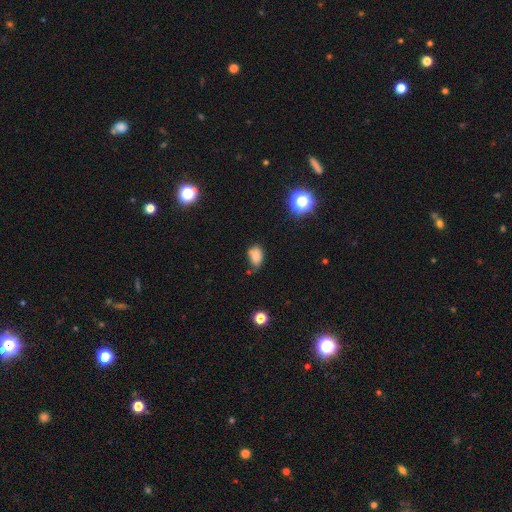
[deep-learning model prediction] Smooth or featured: smooth — 78% (star or artifact — 12%)
How rounded: in between — 82% (round — 17%)
Merging: none — 51% (minor disturbance — 35%)